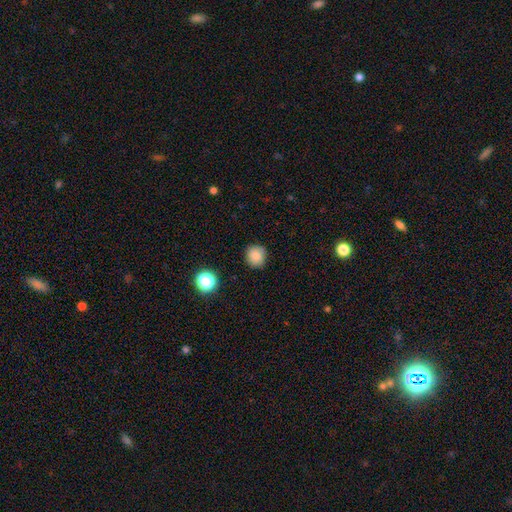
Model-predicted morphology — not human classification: Smooth or featured: smooth — 83% (star or artifact — 11%)
How rounded: round — 85% (in between — 14%)
Merging: none — 84% (minor disturbance — 12%)